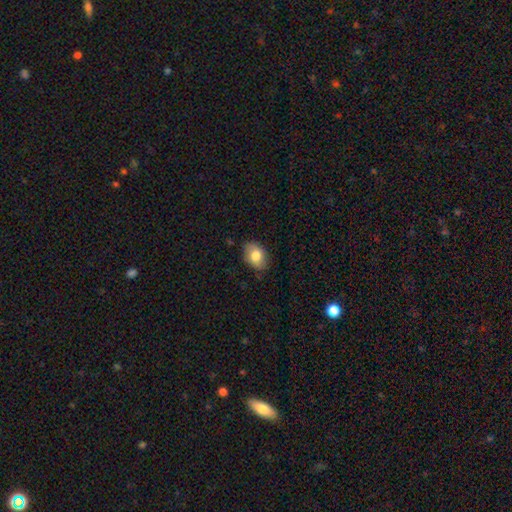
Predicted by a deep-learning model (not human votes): This appears to be a smooth galaxy with no disk features (80%) that is in between round and cigar-shaped (79%). Merging: none (78%).